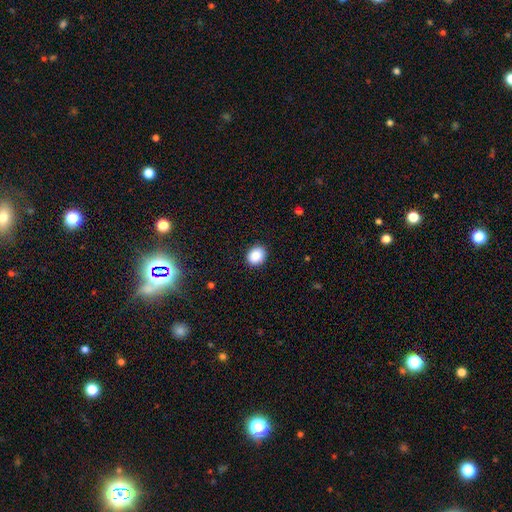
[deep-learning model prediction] smooth 88%, star or artifact 9%, featured or disk 3%. Down the decision tree: how rounded — round (66%); merging — none (90%).